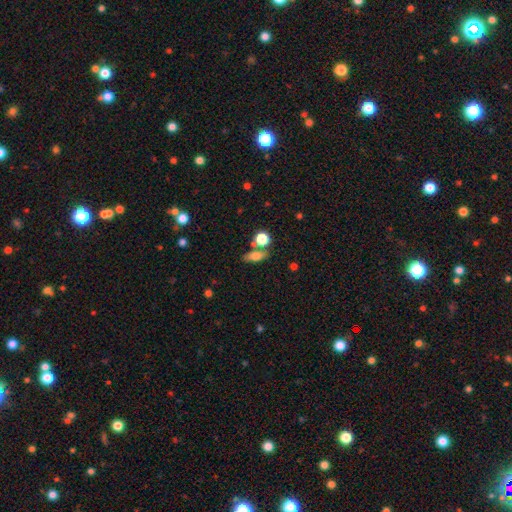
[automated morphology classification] smooth_or_featured: smooth (p=0.72) [alt: featured or disk p=0.17]
how_rounded: in between (p=0.62) [alt: cigar-shaped p=0.22]
merging: none (p=0.65) [alt: merger p=0.18]